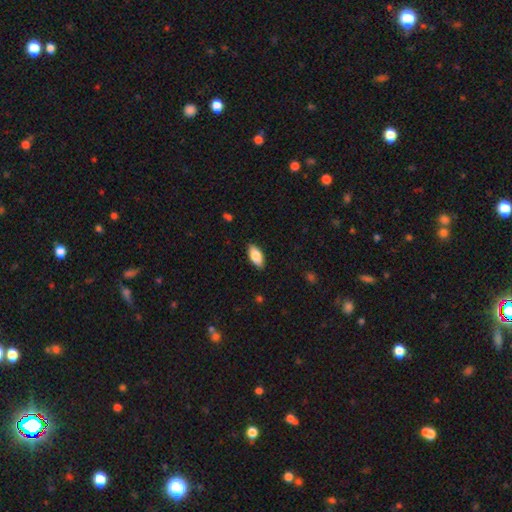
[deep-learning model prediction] Q: Smooth or featured?
A: smooth (82%); runner-up: featured or disk (11%)
Q: How rounded?
A: in between (89%); runner-up: cigar-shaped (8%)
Q: Merging?
A: none (87%); runner-up: minor disturbance (10%)